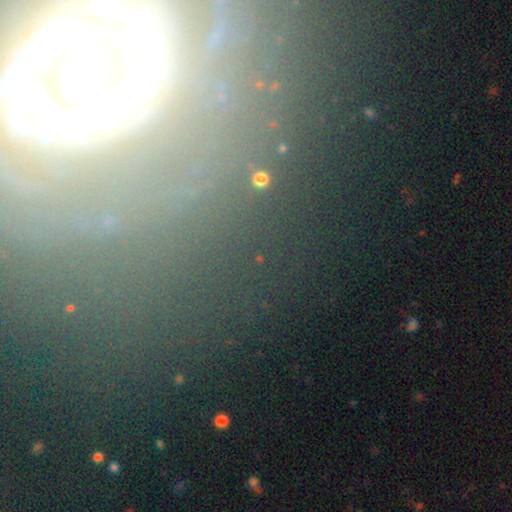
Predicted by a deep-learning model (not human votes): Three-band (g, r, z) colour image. It shows a featured or disk galaxy (46%). Merging: none (79%).